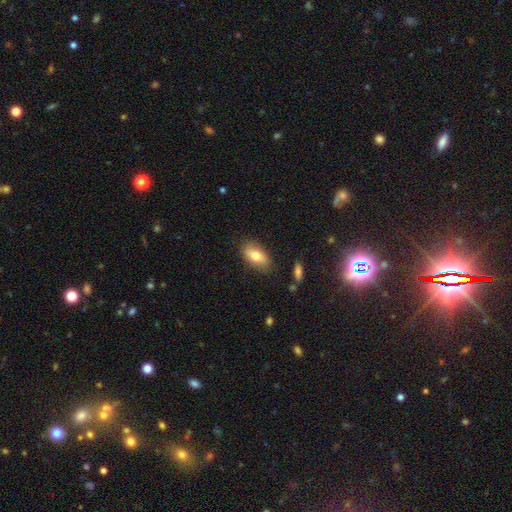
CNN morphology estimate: A smooth galaxy with no disk features (76%) that is in between round and cigar-shaped (90%). Merging: none (82%).